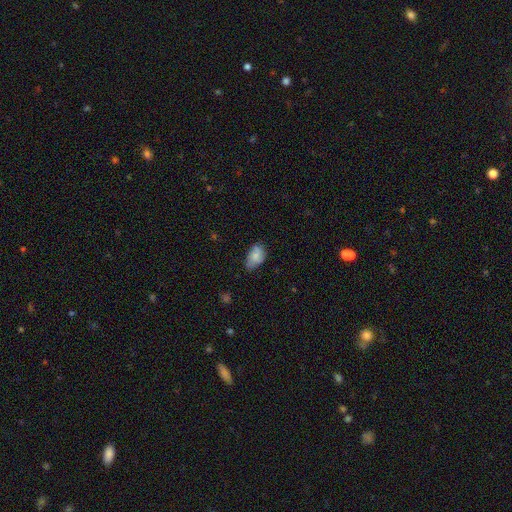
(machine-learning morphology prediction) smooth_or_featured: smooth (p=0.74) [alt: featured or disk p=0.18]
how_rounded: in between (p=0.90) [alt: round p=0.08]
merging: none (p=0.50) [alt: minor disturbance p=0.38]